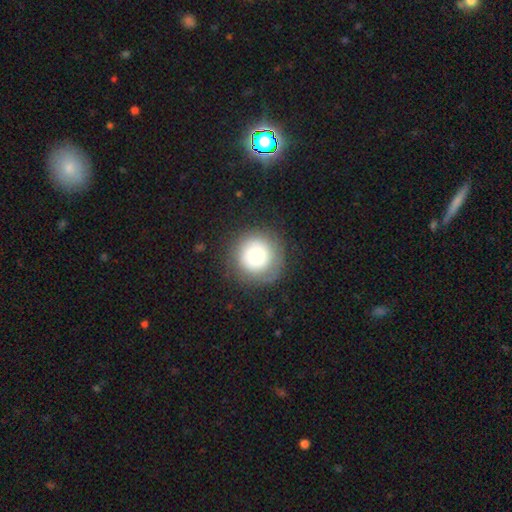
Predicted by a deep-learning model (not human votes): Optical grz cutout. It shows a smooth galaxy with no disk features (71%) that is round (95%). Merging: none (82%).